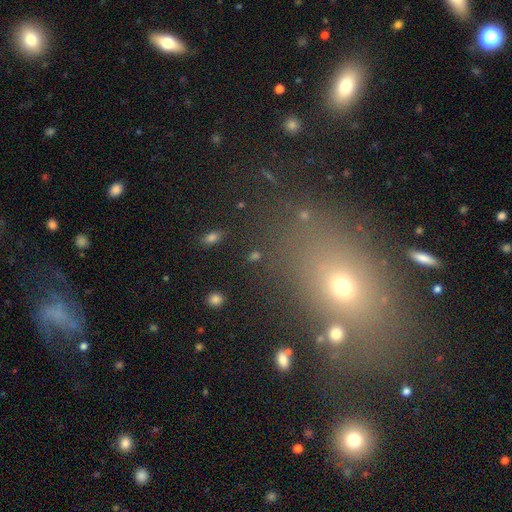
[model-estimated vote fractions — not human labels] smooth-or-featured: smooth: 56% | star or artifact: 29% | featured or disk: 15%
  how-rounded: in between: 66% | round: 27% | cigar-shaped: 7%
  merging: none: 78% | minor disturbance: 10% | merger: 6% | major disturbance: 6%